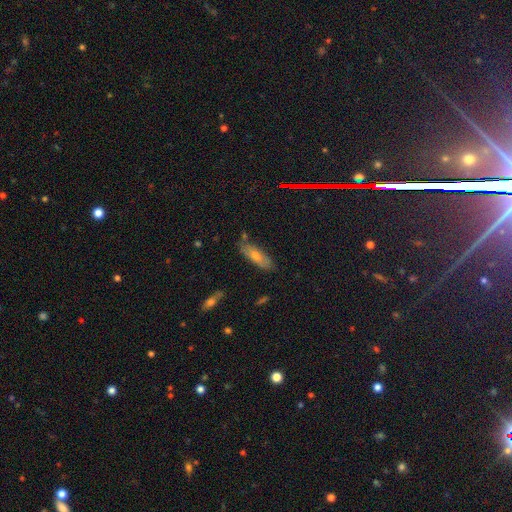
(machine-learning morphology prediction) The model was most divided on "how rounded": in between: 55%, cigar-shaped: 42%, round: 3%. More confident: merging — none (78%); smooth or featured — smooth (55%).